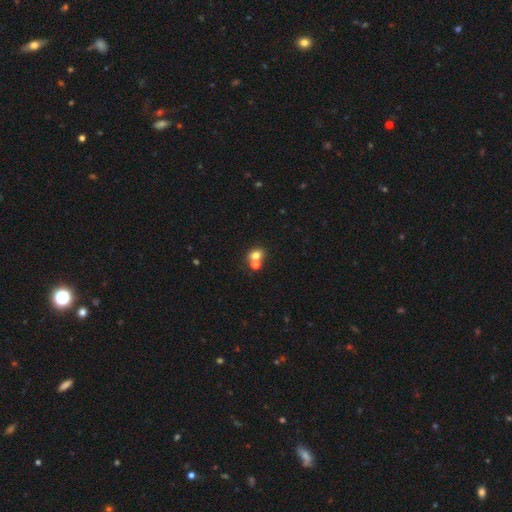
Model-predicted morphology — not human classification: The model was most divided on "merging": none: 45%, merger: 44%, minor disturbance: 8%, major disturbance: 3%. More confident: smooth or featured — smooth (75%); how rounded — round (59%).